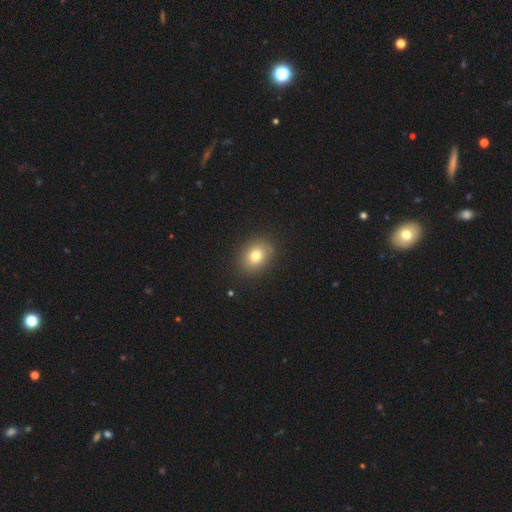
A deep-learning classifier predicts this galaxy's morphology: Smooth or featured?
  - smooth: 77% *
  - star or artifact: 12%
  - featured or disk: 10%
How rounded?
  - in between: 53% *
  - round: 46%
  - cigar-shaped: 1%
Merging?
  - none: 87% *
  - minor disturbance: 9%
  - major disturbance: 3%
  - merger: 1%